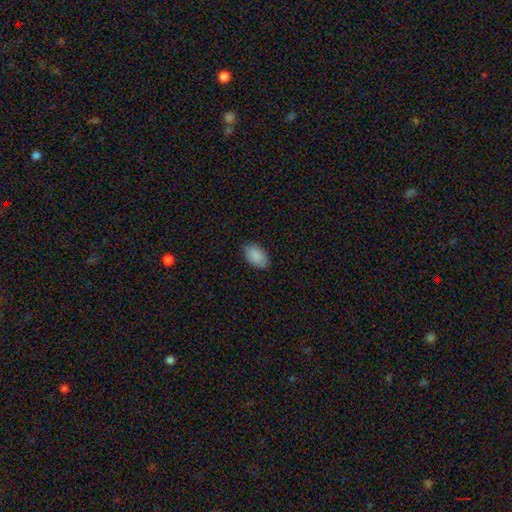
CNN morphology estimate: Smooth or featured? smooth (90%)
How rounded? in between (94%)
Merging? none (86%)